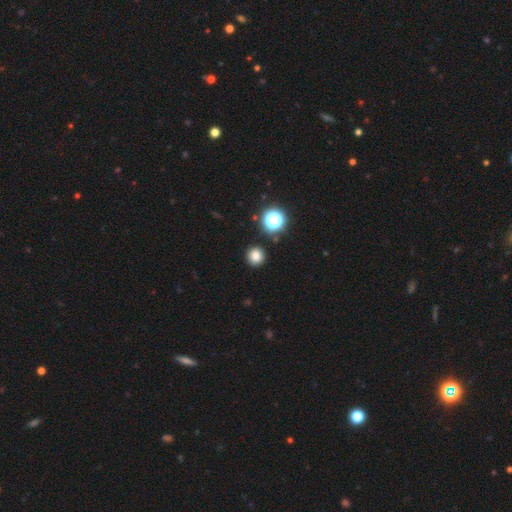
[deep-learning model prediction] smooth-or-featured: smooth: 79% | star or artifact: 15% | featured or disk: 6%
  how-rounded: round: 91% | in between: 8% | cigar-shaped: 1%
  merging: none: 90% | minor disturbance: 6% | merger: 2% | major disturbance: 2%